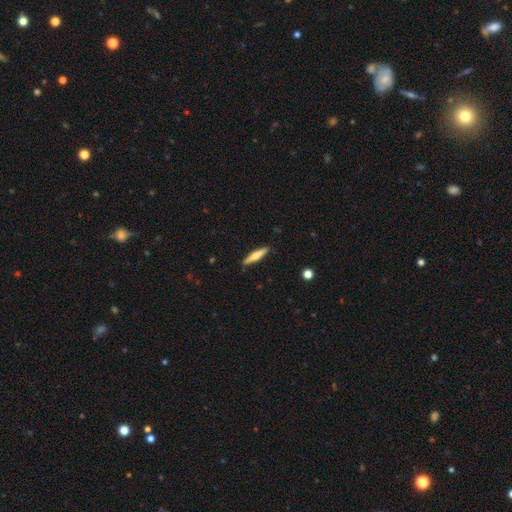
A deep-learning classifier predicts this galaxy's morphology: smooth 52%, featured or disk 42%, star or artifact 6%. Down the decision tree: how rounded — cigar-shaped (85%); merging — none (88%).